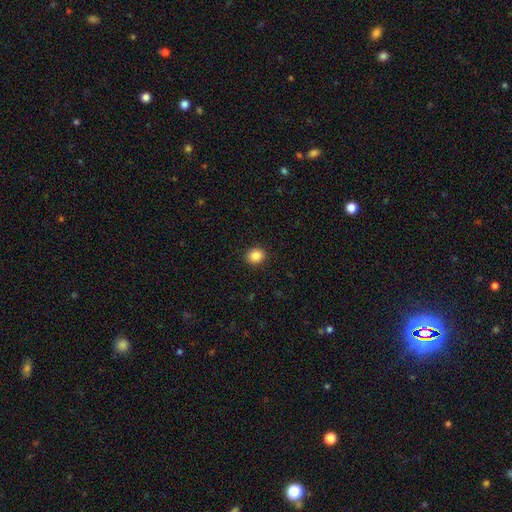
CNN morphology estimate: Smooth or featured? Predicted: smooth (p=0.87). How rounded? Predicted: round (p=0.74). Merging? Predicted: none (p=0.91).